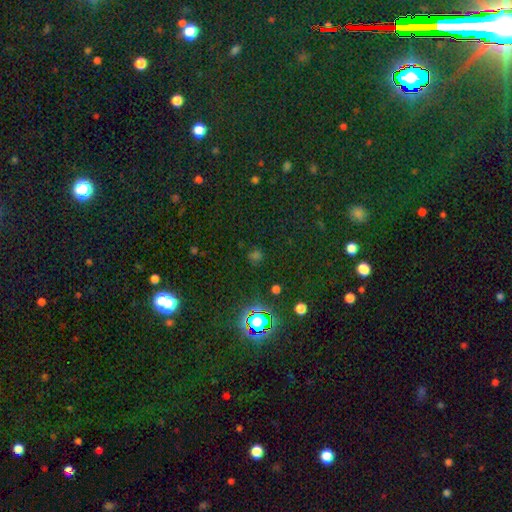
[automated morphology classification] smooth-or-featured: star or artifact: 59% | smooth: 33% | featured or disk: 7%